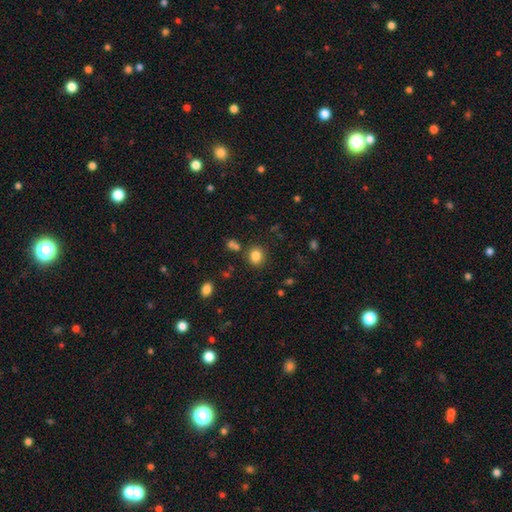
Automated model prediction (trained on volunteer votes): smooth-or-featured: smooth: 83% | star or artifact: 12% | featured or disk: 5%
  how-rounded: round: 68% | in between: 31% | cigar-shaped: 1%
  merging: none: 80% | minor disturbance: 10% | merger: 6% | major disturbance: 4%